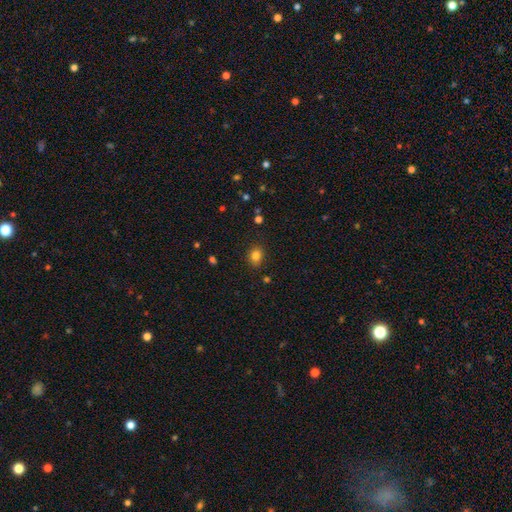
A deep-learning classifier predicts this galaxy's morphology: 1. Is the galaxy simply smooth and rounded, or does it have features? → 82% smooth, 13% star or artifact, 5% featured or disk.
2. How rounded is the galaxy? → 59% round, 40% in between, 1% cigar-shaped.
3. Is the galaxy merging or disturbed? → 85% none, 11% minor disturbance, 3% major disturbance, 2% merger.